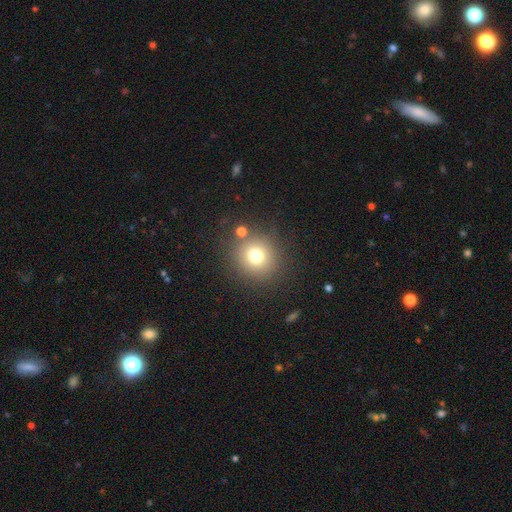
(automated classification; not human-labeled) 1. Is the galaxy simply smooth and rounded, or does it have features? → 74% smooth, 16% star or artifact, 10% featured or disk.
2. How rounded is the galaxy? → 90% round, 9% in between, 1% cigar-shaped.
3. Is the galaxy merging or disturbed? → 82% none, 8% minor disturbance, 5% merger, 4% major disturbance.